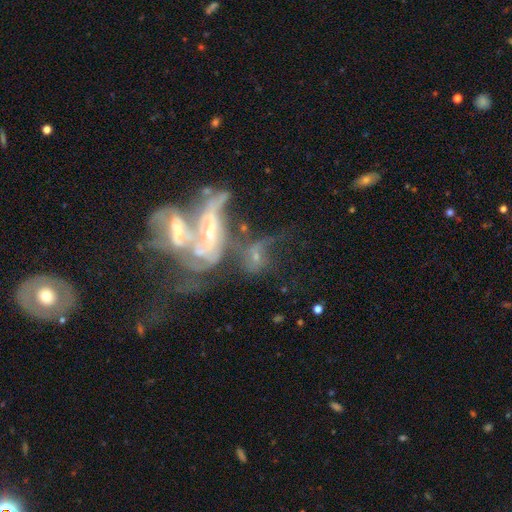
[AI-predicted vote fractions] A featured or disk galaxy (69%) with no bar (61%), spiral arms (62%) and a small central bulge (48%).

Vote fractions:
- Smooth or featured? featured or disk: 69% / star or artifact: 16% / smooth: 16%
- Edge-on disk? no: 93% / yes: 7%
- Bar? no: 61% / weak: 25% / strong: 14%
- Spiral arms? yes: 62% / no: 38%
- Bulge size? small: 48% / moderate: 34% / none: 13% / large: 3% / dominant: 2%
- Merging? merger: 67% / major disturbance: 16% / none: 10% / minor disturbance: 6%